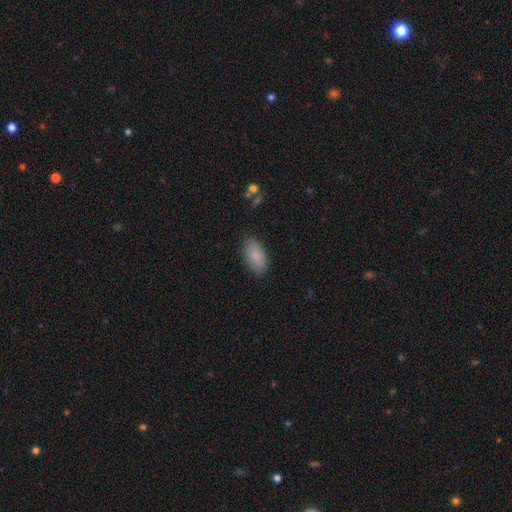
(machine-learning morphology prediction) This appears to be a smooth galaxy with no disk features (87%) that is in between round and cigar-shaped (92%). Merging: none (85%).